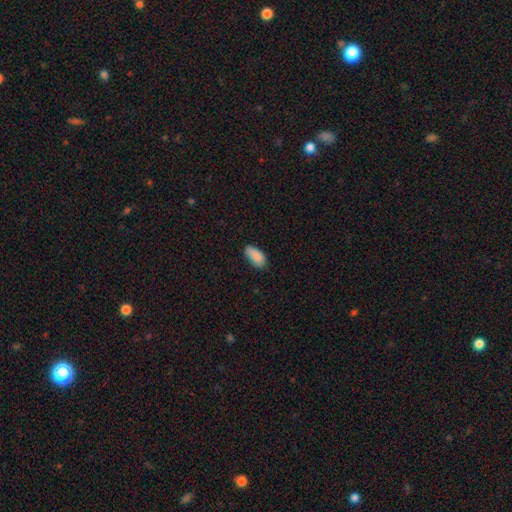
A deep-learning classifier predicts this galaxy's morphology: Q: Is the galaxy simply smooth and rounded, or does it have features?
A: smooth — 88%.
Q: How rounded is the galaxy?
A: in between — 92%.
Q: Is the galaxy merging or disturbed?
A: none — 73%.